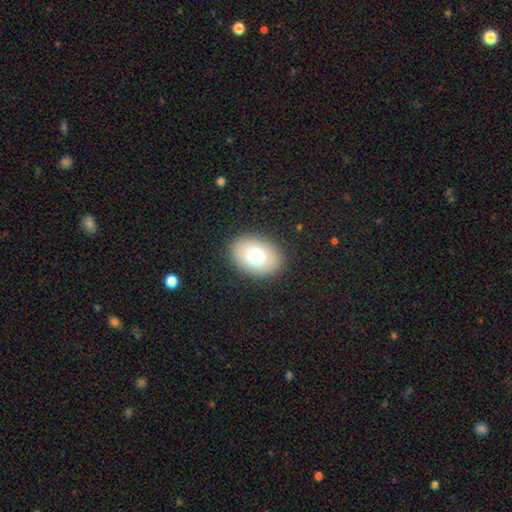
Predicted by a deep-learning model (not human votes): smooth_or_featured: smooth (p=0.75) [alt: featured or disk p=0.15]
how_rounded: in between (p=0.76) [alt: round p=0.23]
merging: none (p=0.89) [alt: minor disturbance p=0.07]